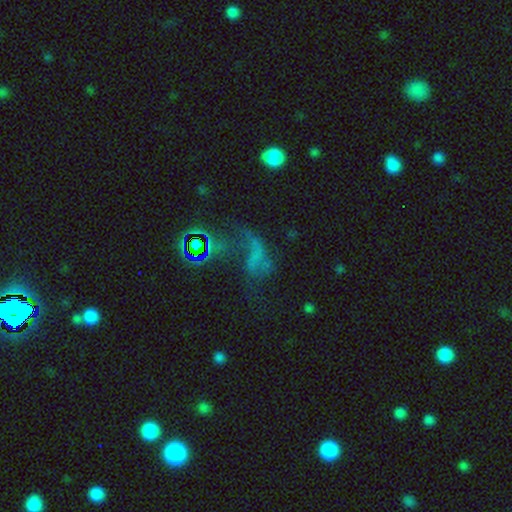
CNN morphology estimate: This appears to be a featured or disk galaxy (36%). Merging: major disturbance (43%).